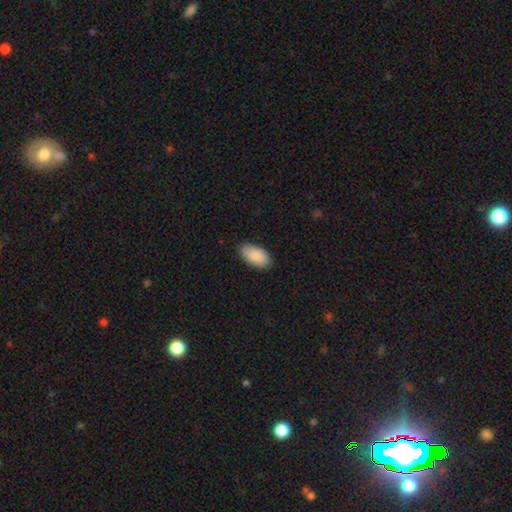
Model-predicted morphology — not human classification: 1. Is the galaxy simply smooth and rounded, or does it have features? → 90% smooth, 6% star or artifact, 4% featured or disk.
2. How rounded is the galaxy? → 96% in between, 2% round, 2% cigar-shaped.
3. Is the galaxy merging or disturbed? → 87% none, 10% minor disturbance, 2% major disturbance, 1% merger.